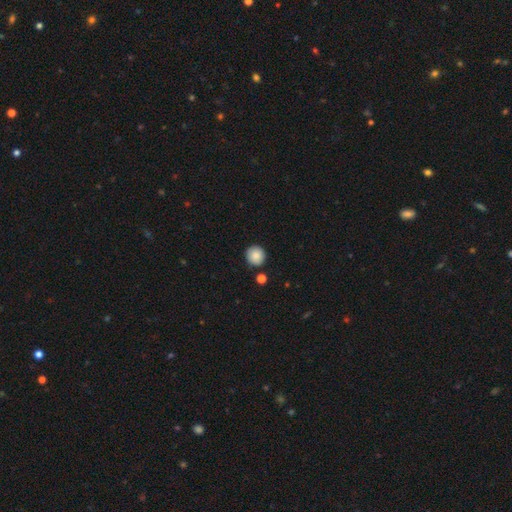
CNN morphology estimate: The model was most divided on "smooth or featured": smooth: 87%, star or artifact: 8%, featured or disk: 5%. More confident: how rounded — round (94%); merging — none (87%).